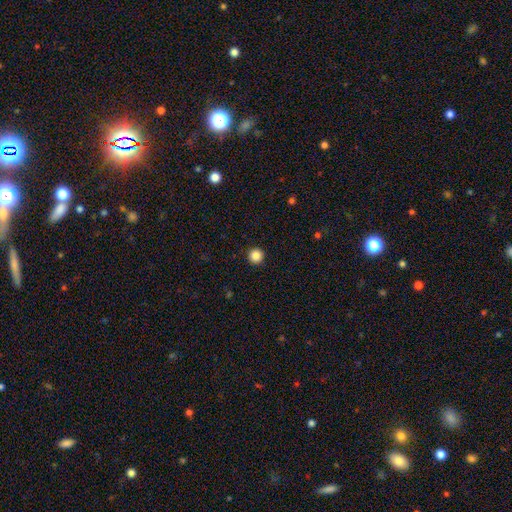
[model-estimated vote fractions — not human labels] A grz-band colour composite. It shows a smooth galaxy with no disk features (87%) that is round (97%). Merging: none (94%).